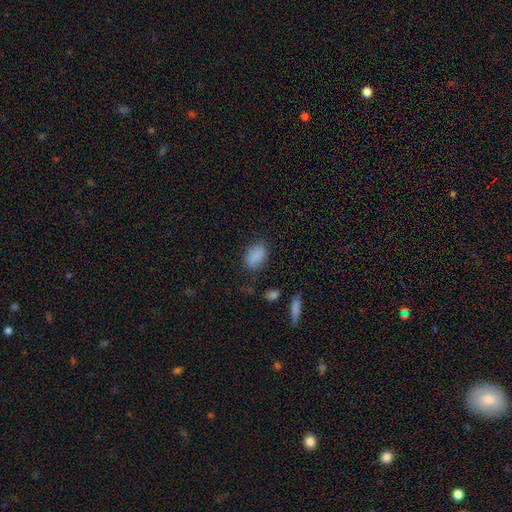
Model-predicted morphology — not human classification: A smooth galaxy with no disk features (87%) that is in between round and cigar-shaped (88%).

Vote fractions:
- Smooth or featured? smooth: 87% / star or artifact: 9% / featured or disk: 4%
- How rounded? in between: 88% / round: 10% / cigar-shaped: 2%
- Merging? none: 79% / minor disturbance: 14% / major disturbance: 4% / merger: 2%